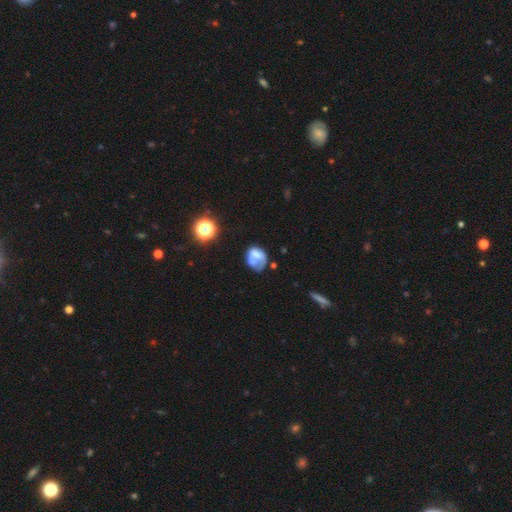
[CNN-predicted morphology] Smooth or featured: smooth — 52% (featured or disk — 36%)
How rounded: in between — 54% (round — 45%)
Merging: none — 33% (major disturbance — 30%)